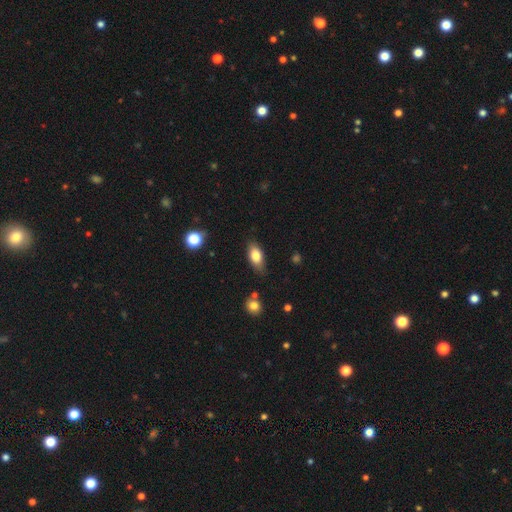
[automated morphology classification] Overall: smooth (80%). How rounded: in between (86%). Merging: none (79%).